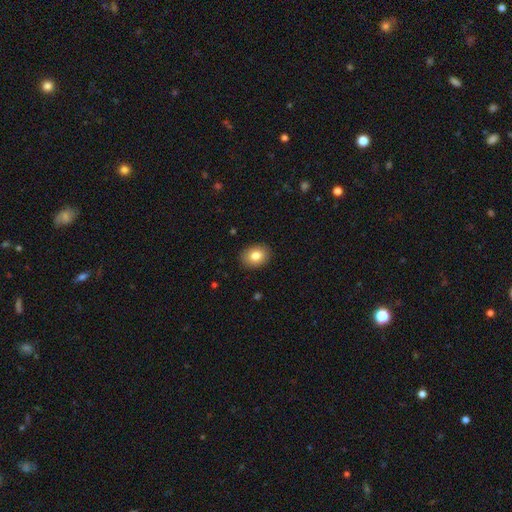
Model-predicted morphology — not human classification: Smooth or featured? smooth (82%)
How rounded? in between (61%)
Merging? none (90%)